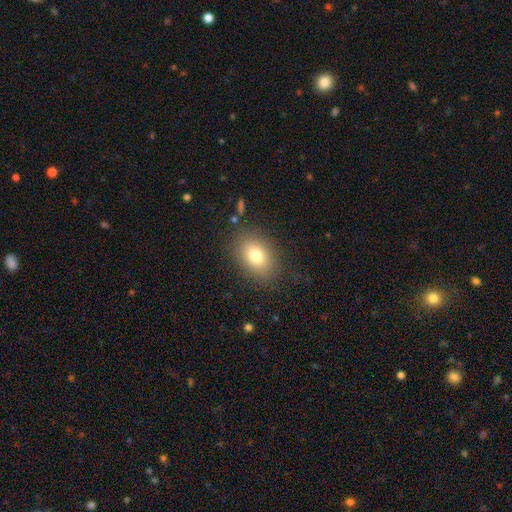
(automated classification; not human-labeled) smooth 78%, featured or disk 12%, star or artifact 10%. Down the decision tree: how rounded — in between (76%); merging — none (83%).